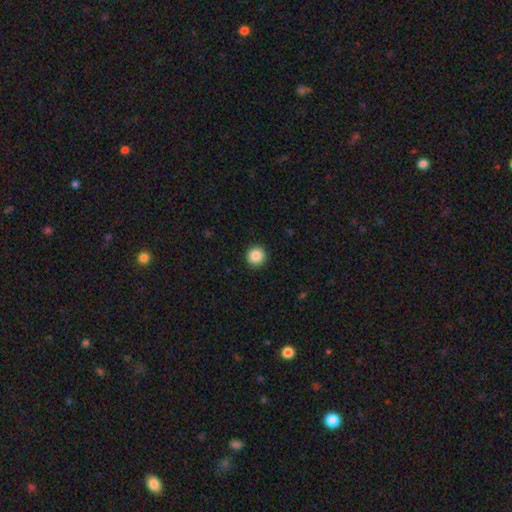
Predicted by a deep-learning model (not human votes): This appears to be a smooth galaxy with no disk features (87%) that is round (95%). Merging: none (93%).